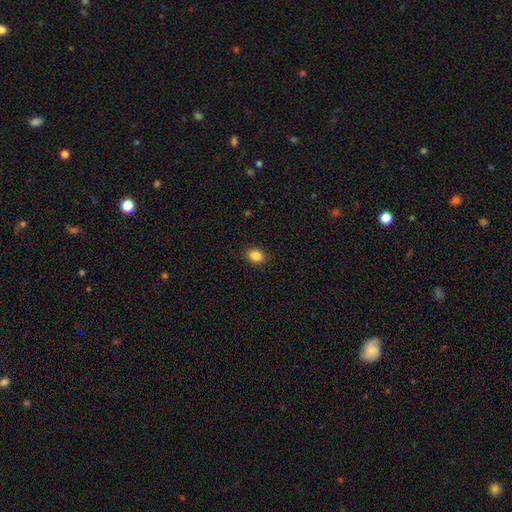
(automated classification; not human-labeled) smooth 86%, star or artifact 9%, featured or disk 5%. Down the decision tree: how rounded — in between (69%); merging — none (89%).